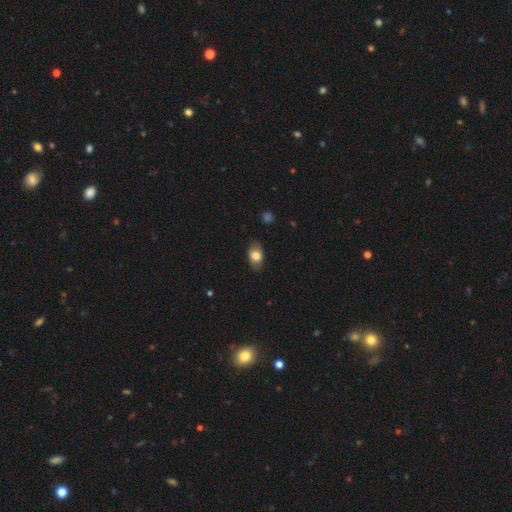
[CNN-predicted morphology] Smooth or featured? Predicted: smooth (p=0.75). How rounded? Predicted: in between (p=0.86). Merging? Predicted: none (p=0.79).